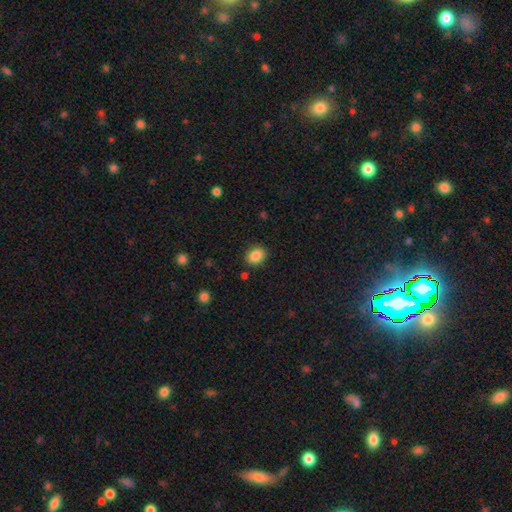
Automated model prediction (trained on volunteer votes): Q: Smooth or featured?
A: smooth (87%); runner-up: star or artifact (9%)
Q: How rounded?
A: in between (64%); runner-up: round (35%)
Q: Merging?
A: none (86%); runner-up: minor disturbance (9%)